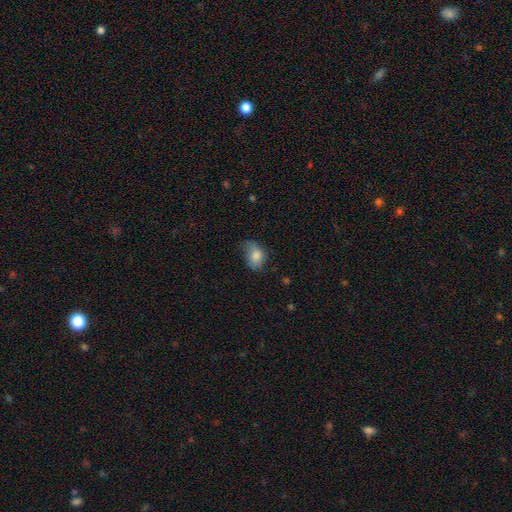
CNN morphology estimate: Smooth or featured? smooth (81%)
How rounded? in between (79%)
Merging? none (44%)